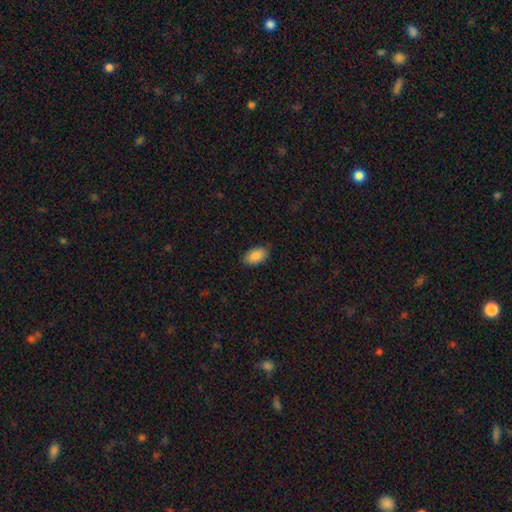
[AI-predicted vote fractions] The model was most divided on "merging": none: 84%, minor disturbance: 12%, major disturbance: 2%, merger: 1%. More confident: how rounded — in between (93%); smooth or featured — smooth (86%).